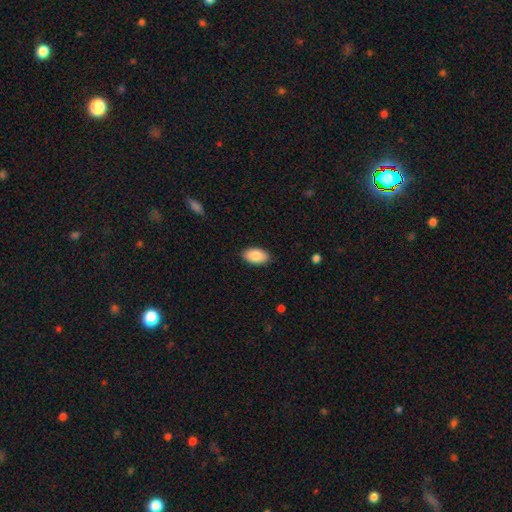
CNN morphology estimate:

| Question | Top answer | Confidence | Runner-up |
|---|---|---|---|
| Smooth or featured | smooth | 88% | star or artifact (6%) |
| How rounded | in between | 95% | round (4%) |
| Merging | none | 88% | minor disturbance (9%) |